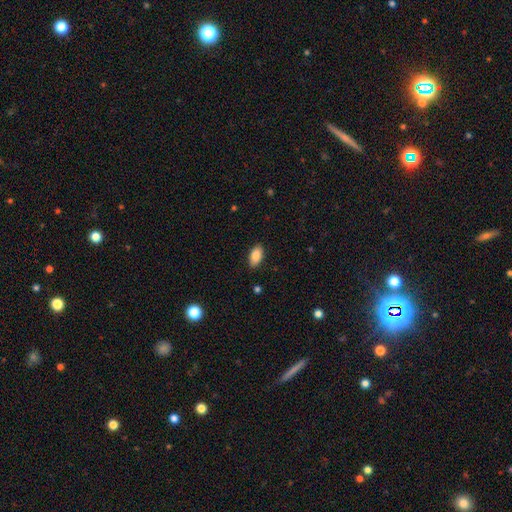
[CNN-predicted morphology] smooth 87%, star or artifact 7%, featured or disk 6%. Down the decision tree: how rounded — in between (93%); merging — none (88%).